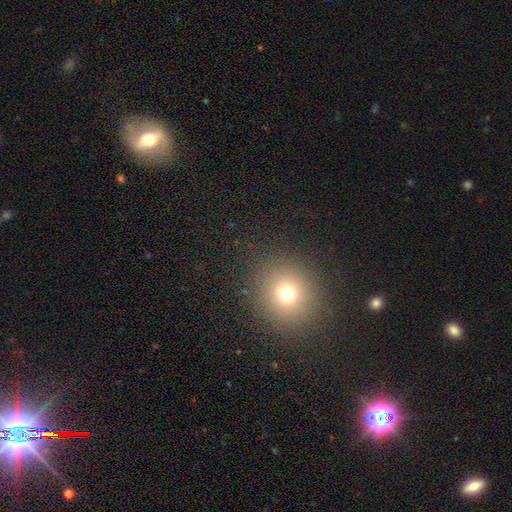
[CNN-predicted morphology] Smooth or featured? Predicted: smooth (p=0.66). How rounded? Predicted: round (p=0.85). Merging? Predicted: none (p=0.89).